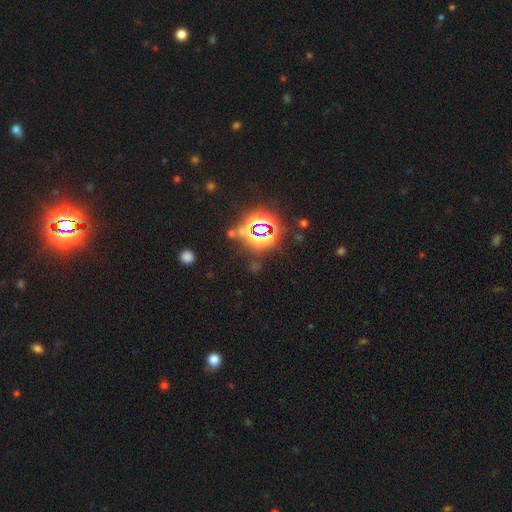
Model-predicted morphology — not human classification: This appears to be a star or artifact, not a galaxy (80%).